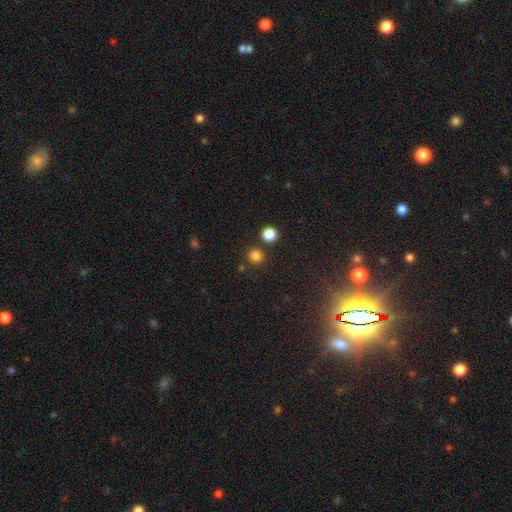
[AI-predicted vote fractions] Overall: smooth (80%). How rounded: round (93%). Merging: none (82%).